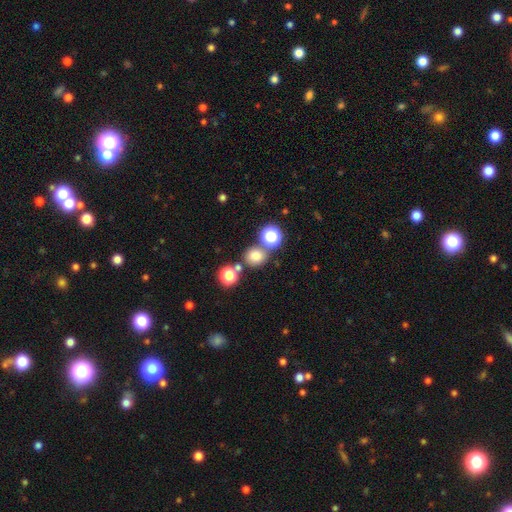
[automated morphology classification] Overall: smooth (72%). How rounded: round (78%). Merging: none (71%).